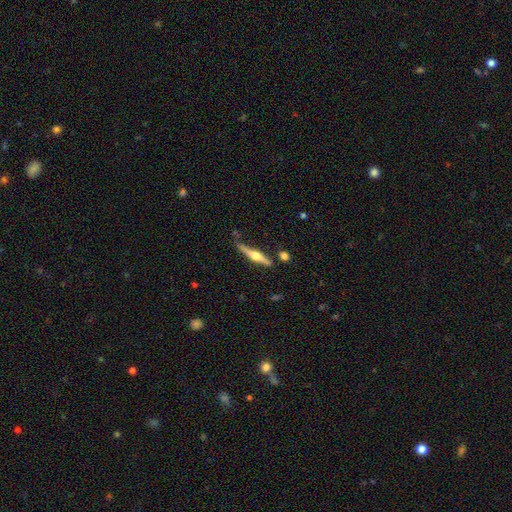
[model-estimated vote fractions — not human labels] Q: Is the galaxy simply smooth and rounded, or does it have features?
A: featured or disk — 69%.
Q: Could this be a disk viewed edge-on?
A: yes — 97%.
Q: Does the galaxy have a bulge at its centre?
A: rounded — 93%.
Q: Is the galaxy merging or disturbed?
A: none — 76%.